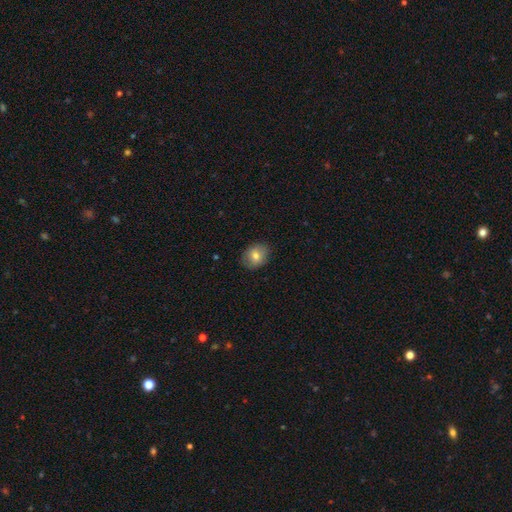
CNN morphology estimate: Overall: smooth (75%). How rounded: round (52%; in between 47%). Merging: none (83%).